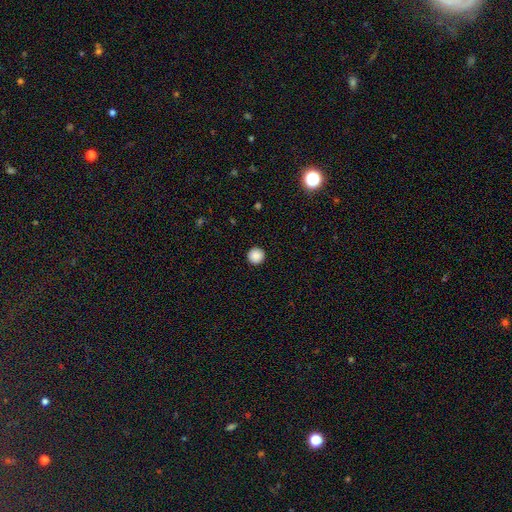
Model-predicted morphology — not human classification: A smooth galaxy with no disk features (88%) that is round (96%).

Vote fractions:
- Smooth or featured? smooth: 88% / star or artifact: 9% / featured or disk: 3%
- How rounded? round: 96% / in between: 3% / cigar-shaped: 1%
- Merging? none: 93% / minor disturbance: 4% / major disturbance: 2% / merger: 1%